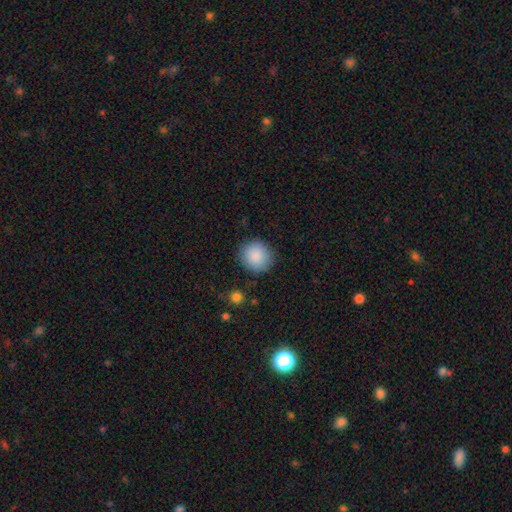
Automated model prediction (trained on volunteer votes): A smooth galaxy with no disk features (89%) that is round (90%).

Vote fractions:
- Smooth or featured? smooth: 89% / star or artifact: 7% / featured or disk: 4%
- How rounded? round: 90% / in between: 9% / cigar-shaped: 1%
- Merging? none: 87% / minor disturbance: 9% / major disturbance: 3% / merger: 1%